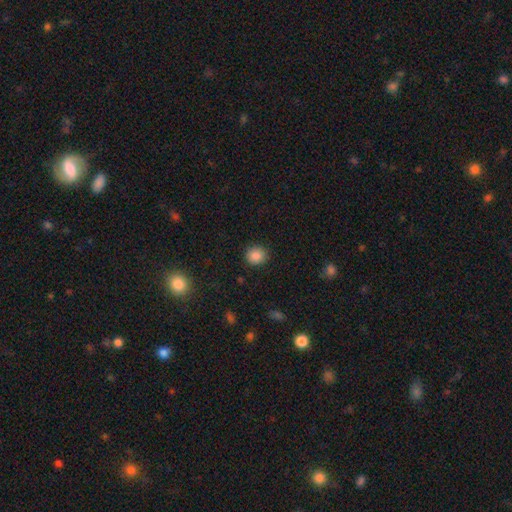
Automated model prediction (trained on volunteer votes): A smooth galaxy with no disk features (86%) that is round (83%).

Vote fractions:
- Smooth or featured? smooth: 86% / star or artifact: 10% / featured or disk: 4%
- How rounded? round: 83% / in between: 17% / cigar-shaped: 1%
- Merging? none: 89% / minor disturbance: 8% / major disturbance: 2% / merger: 1%